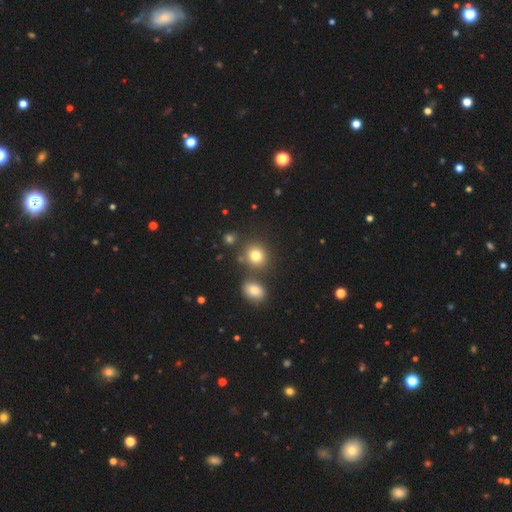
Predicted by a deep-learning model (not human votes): This appears to be a smooth galaxy with no disk features (78%) that is round (79%). Merging: none (73%).